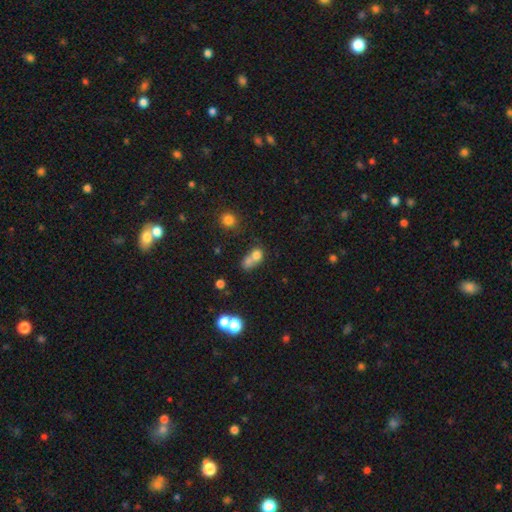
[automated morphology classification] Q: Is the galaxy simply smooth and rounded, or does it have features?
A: smooth — 71%.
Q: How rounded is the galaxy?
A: round — 55%.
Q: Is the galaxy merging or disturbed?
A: merger — 61%.